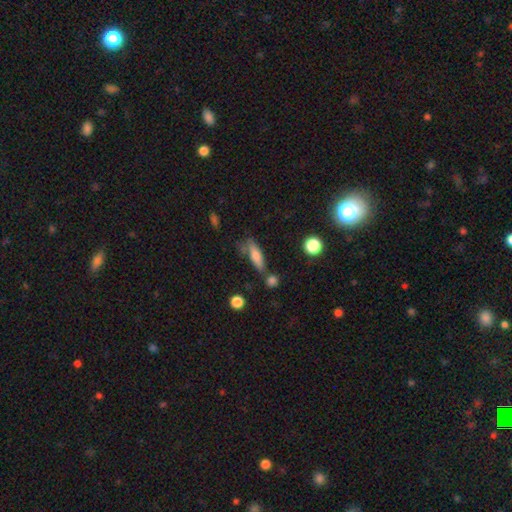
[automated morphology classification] smooth-or-featured: smooth: 68% | featured or disk: 22% | star or artifact: 10%
  how-rounded: cigar-shaped: 59% | in between: 38% | round: 3%
  merging: none: 60% | minor disturbance: 21% | merger: 13% | major disturbance: 7%